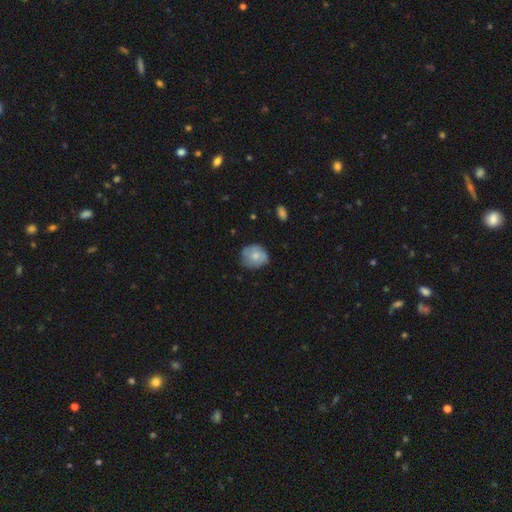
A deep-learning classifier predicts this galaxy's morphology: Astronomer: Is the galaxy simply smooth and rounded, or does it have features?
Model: smooth — 71%.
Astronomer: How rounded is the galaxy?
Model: round — 73%.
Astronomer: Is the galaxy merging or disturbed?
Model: none — 68%.